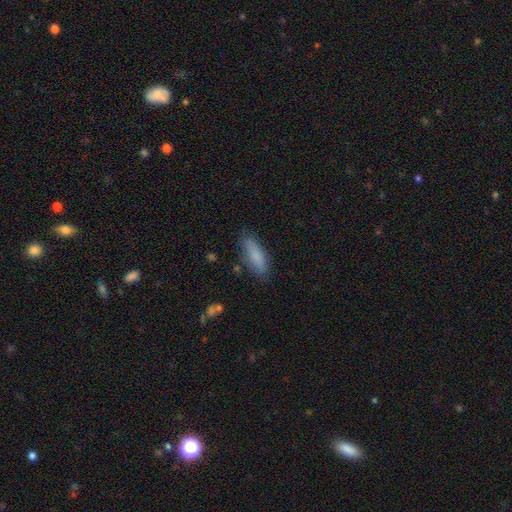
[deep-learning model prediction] Q: Smooth or featured?
A: smooth (82%); runner-up: featured or disk (11%)
Q: How rounded?
A: cigar-shaped (59%); runner-up: in between (39%)
Q: Merging?
A: none (79%); runner-up: minor disturbance (16%)